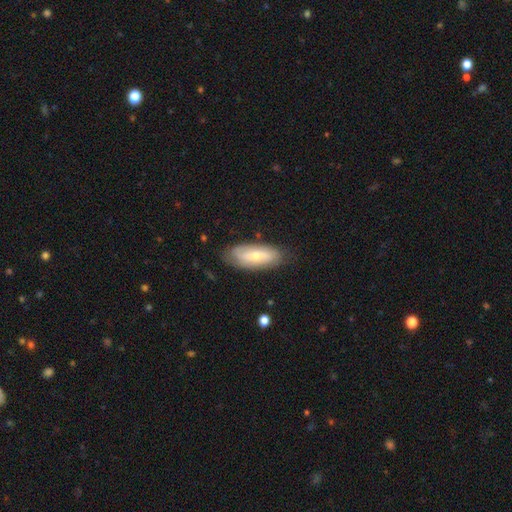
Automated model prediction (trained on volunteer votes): A smooth galaxy with no disk features (49%). Merging: none (77%).